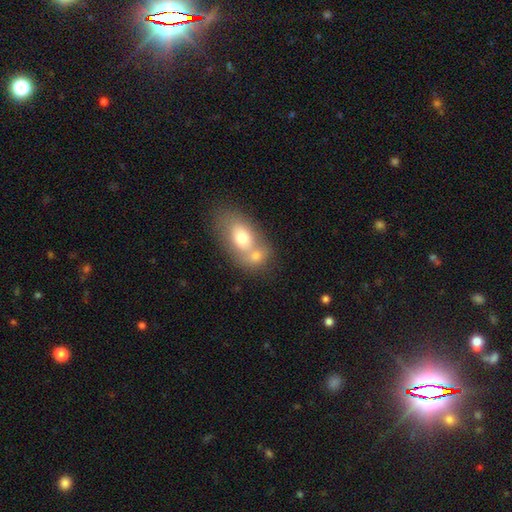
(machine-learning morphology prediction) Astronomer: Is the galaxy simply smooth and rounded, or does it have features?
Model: smooth — 71%.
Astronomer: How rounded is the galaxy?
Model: in between — 71%.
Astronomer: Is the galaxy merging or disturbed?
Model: merger — 58%.